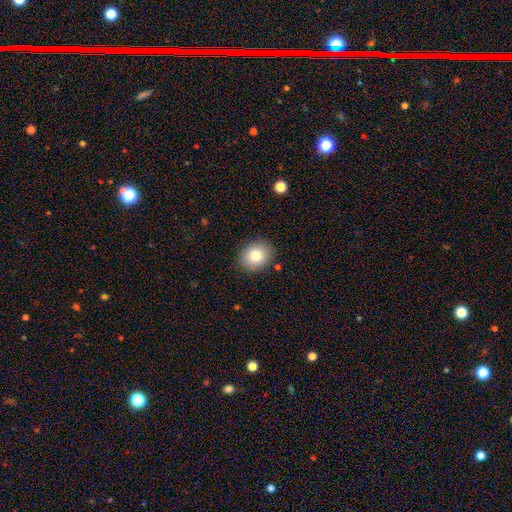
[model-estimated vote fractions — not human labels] smooth-or-featured: smooth: 82% | featured or disk: 9% | star or artifact: 8%
  how-rounded: round: 51% | in between: 48% | cigar-shaped: 1%
  merging: none: 87% | minor disturbance: 9% | major disturbance: 2% | merger: 1%